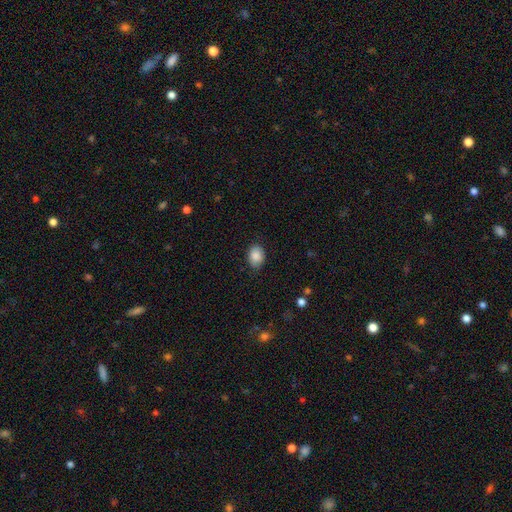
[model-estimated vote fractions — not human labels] Overall: smooth (87%). How rounded: in between (75%). Merging: none (83%).